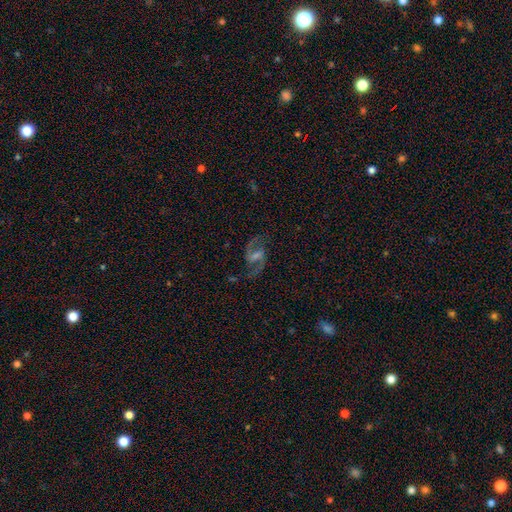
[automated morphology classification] Q: Smooth or featured?
A: featured or disk (87%); runner-up: star or artifact (7%)
Q: Edge-on disk?
A: no (98%); runner-up: yes (2%)
Q: Bar?
A: weak (53%); runner-up: strong (31%)
Q: Spiral arms?
A: yes (97%); runner-up: no (3%)
Q: Spiral winding?
A: medium (48%); runner-up: loose (44%)
Q: Spiral arm count?
A: 2 (94%); runner-up: can't tell (2%)
Q: Bulge size?
A: small (37%); runner-up: moderate (30%)
Q: Merging?
A: none (79%); runner-up: minor disturbance (12%)